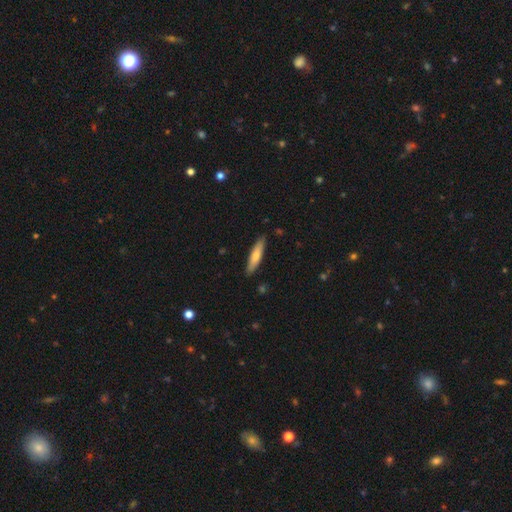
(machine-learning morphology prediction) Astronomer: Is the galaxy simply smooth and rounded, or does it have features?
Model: smooth — 71%.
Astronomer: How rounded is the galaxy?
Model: cigar-shaped — 79%.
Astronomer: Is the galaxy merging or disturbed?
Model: none — 88%.